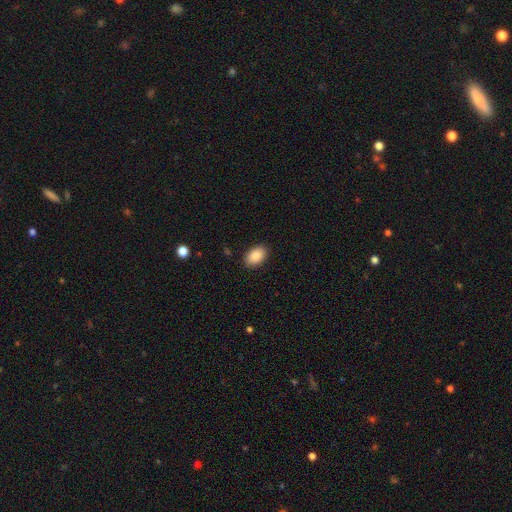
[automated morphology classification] This appears to be a smooth galaxy with no disk features (88%) that is in between round and cigar-shaped (88%). Merging: none (89%).